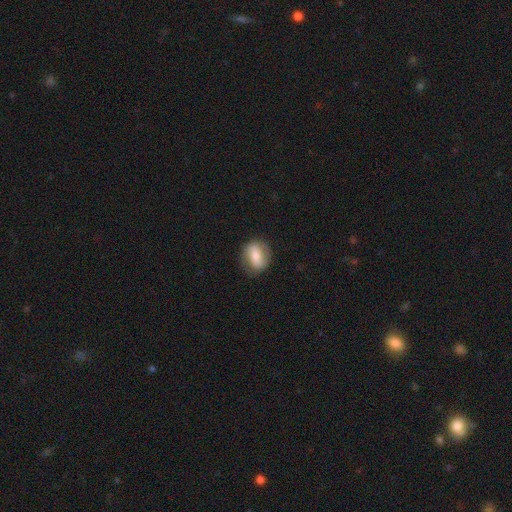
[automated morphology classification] Q: Smooth or featured?
A: smooth (55%); runner-up: featured or disk (37%)
Q: How rounded?
A: in between (57%); runner-up: round (40%)
Q: Merging?
A: none (77%); runner-up: minor disturbance (16%)